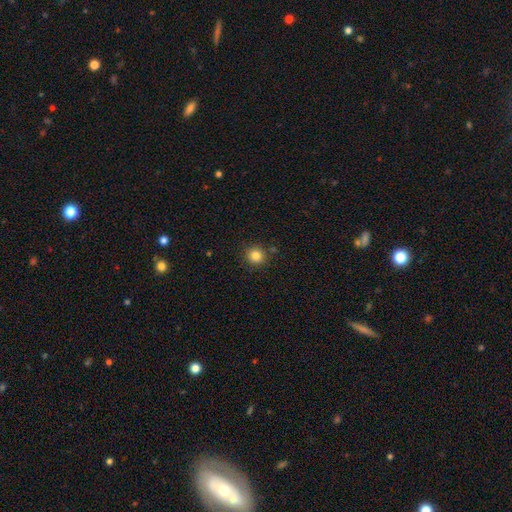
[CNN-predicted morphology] Q: Smooth or featured?
A: smooth (84%); runner-up: star or artifact (11%)
Q: How rounded?
A: round (93%); runner-up: in between (6%)
Q: Merging?
A: none (87%); runner-up: minor disturbance (7%)